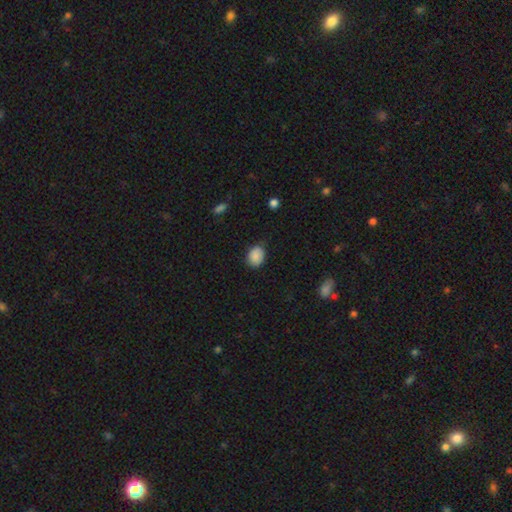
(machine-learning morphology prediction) Q: Smooth or featured?
A: smooth (87%); runner-up: star or artifact (8%)
Q: How rounded?
A: in between (56%); runner-up: round (43%)
Q: Merging?
A: none (71%); runner-up: minor disturbance (24%)